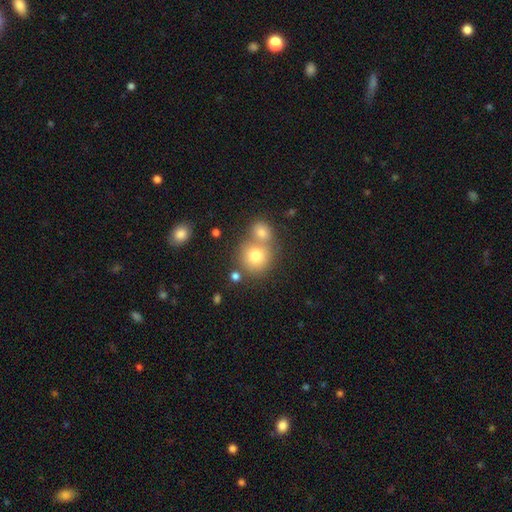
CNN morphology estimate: Overall: smooth (76%). How rounded: round (84%). Merging: none (47%; merger 42%).